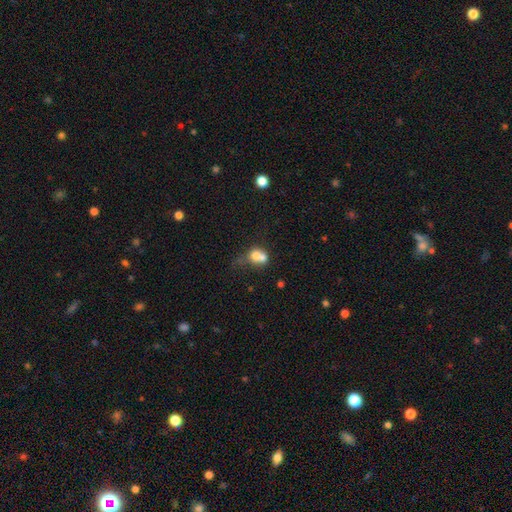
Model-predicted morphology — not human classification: Smooth or featured? Predicted: smooth (p=0.67). How rounded? Predicted: round (p=0.61). Merging? Predicted: merger (p=0.64).